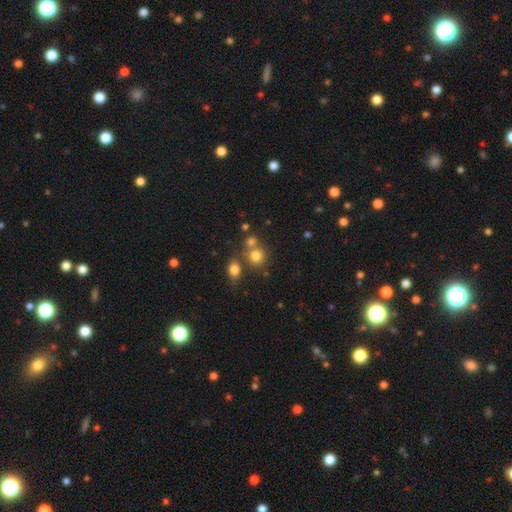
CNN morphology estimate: smooth-or-featured: smooth: 77% | star or artifact: 14% | featured or disk: 9%
  how-rounded: round: 81% | in between: 18% | cigar-shaped: 1%
  merging: none: 57% | merger: 29% | minor disturbance: 10% | major disturbance: 4%